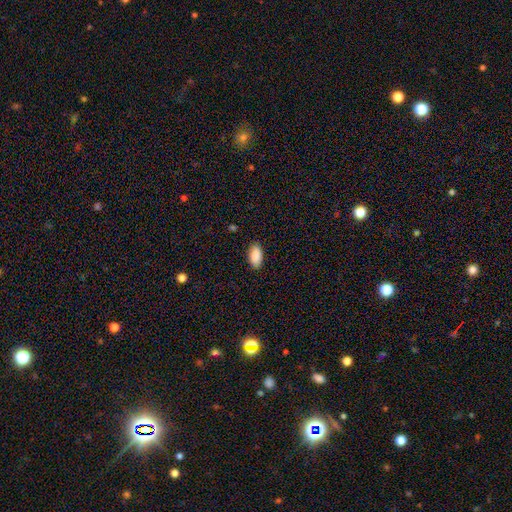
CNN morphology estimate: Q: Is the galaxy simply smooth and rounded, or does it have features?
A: smooth — 90%.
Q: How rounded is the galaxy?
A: in between — 95%.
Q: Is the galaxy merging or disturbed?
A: none — 88%.